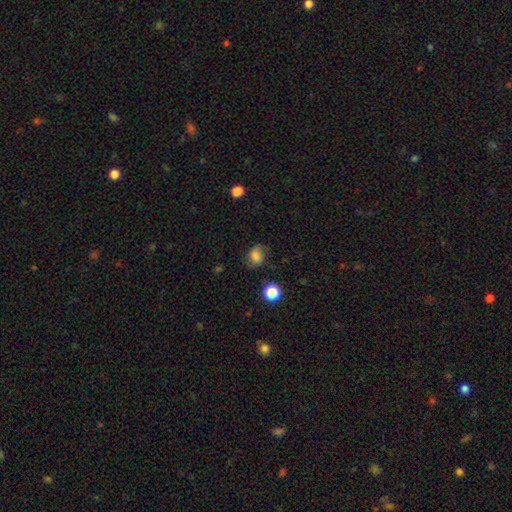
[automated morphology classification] Overall: smooth (71%). How rounded: round (52%; in between 46%). Merging: none (65%).